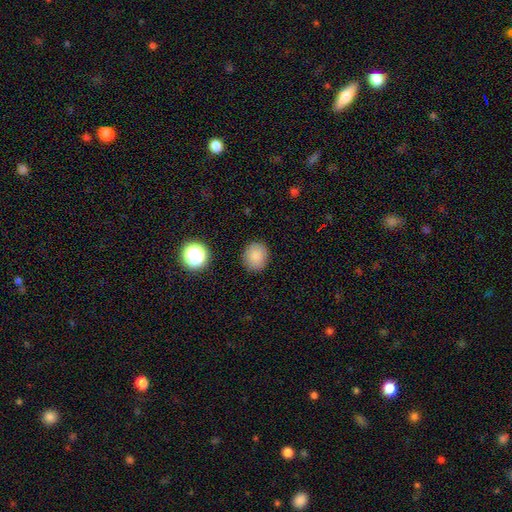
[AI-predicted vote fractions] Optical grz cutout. It shows a smooth galaxy with no disk features (84%) that is round (74%). Merging: none (88%).